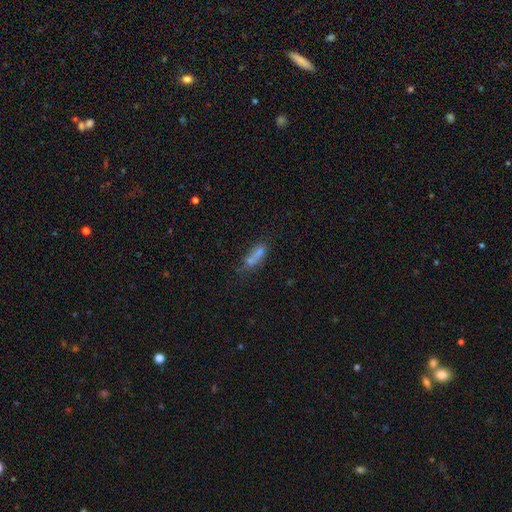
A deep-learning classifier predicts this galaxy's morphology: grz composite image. It shows a smooth galaxy with no disk features (62%) that is in between round and cigar-shaped (60%). Merging: merger (43%).